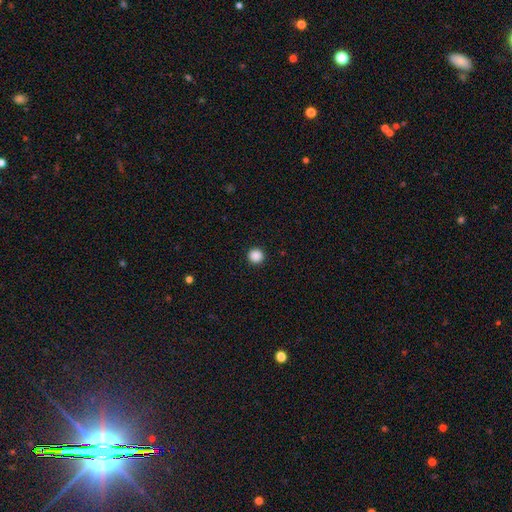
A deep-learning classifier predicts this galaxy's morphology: Smooth or featured? smooth (88%)
How rounded? round (95%)
Merging? none (94%)